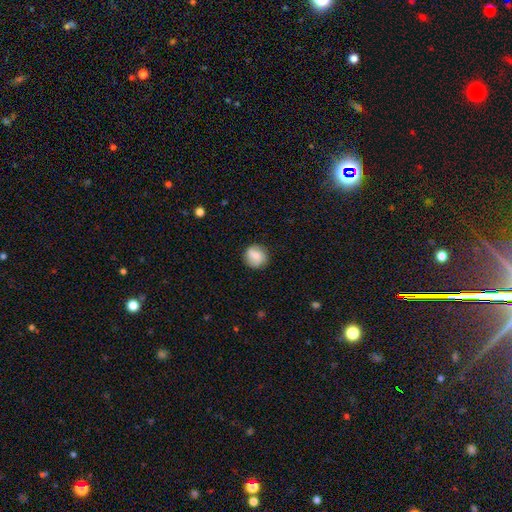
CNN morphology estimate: Q: Smooth or featured?
A: smooth (73%); runner-up: featured or disk (19%)
Q: How rounded?
A: round (90%); runner-up: in between (9%)
Q: Merging?
A: none (85%); runner-up: minor disturbance (11%)